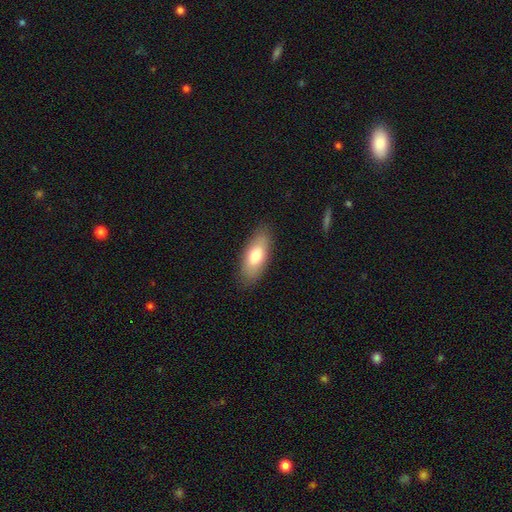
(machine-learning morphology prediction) smooth-or-featured: smooth: 74% | featured or disk: 20% | star or artifact: 6%
  how-rounded: in between: 81% | cigar-shaped: 17% | round: 3%
  merging: none: 86% | minor disturbance: 10% | major disturbance: 3% | merger: 1%